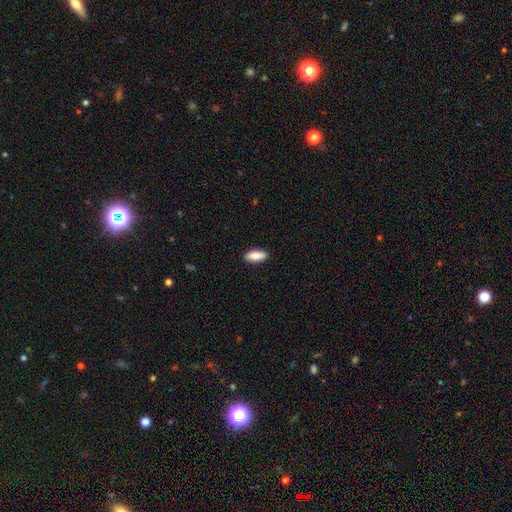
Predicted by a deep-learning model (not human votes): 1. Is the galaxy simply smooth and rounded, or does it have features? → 87% smooth, 7% featured or disk, 6% star or artifact.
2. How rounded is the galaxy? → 81% in between, 17% cigar-shaped, 2% round.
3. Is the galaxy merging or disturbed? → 90% none, 7% minor disturbance, 2% major disturbance, 1% merger.